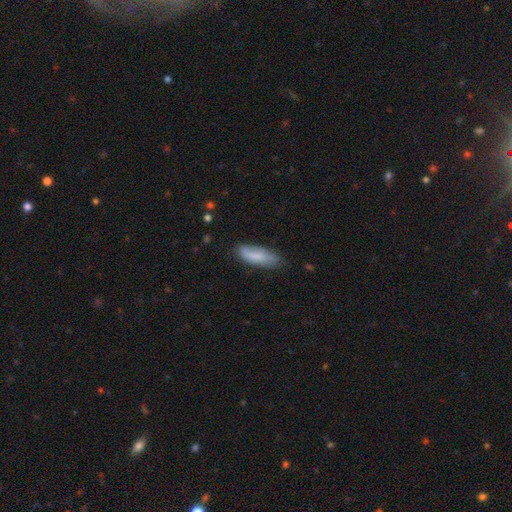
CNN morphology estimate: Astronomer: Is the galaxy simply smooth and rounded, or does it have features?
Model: smooth — 81%.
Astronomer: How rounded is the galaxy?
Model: in between — 58% (runner-up: cigar-shaped, 41%).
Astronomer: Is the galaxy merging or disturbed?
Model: none — 71%.